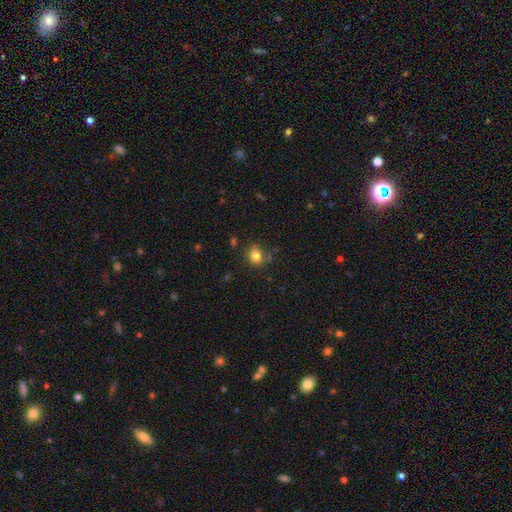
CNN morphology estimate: A smooth galaxy with no disk features (81%) that is round (68%). Merging: none (77%).